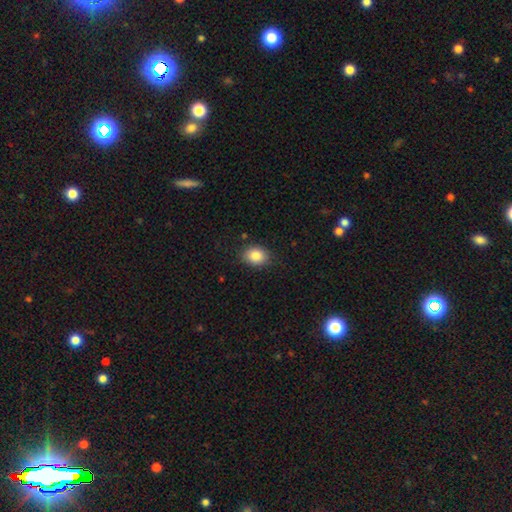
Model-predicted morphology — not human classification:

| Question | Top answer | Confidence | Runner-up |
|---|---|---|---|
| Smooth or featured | smooth | 86% | star or artifact (9%) |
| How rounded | in between | 59% | round (40%) |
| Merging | none | 85% | minor disturbance (11%) |